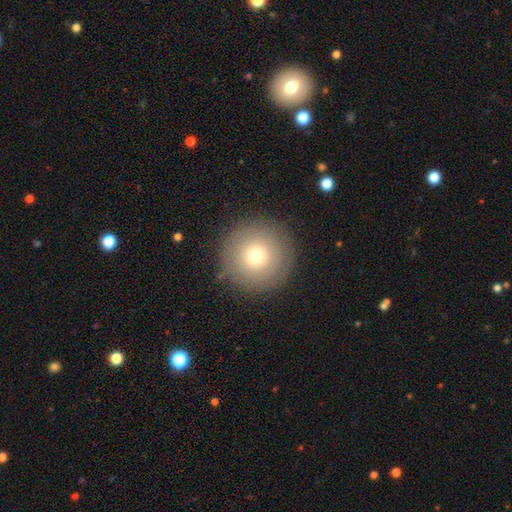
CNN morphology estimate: smooth 73%, featured or disk 17%, star or artifact 10%. Down the decision tree: how rounded — round (97%); merging — none (86%).